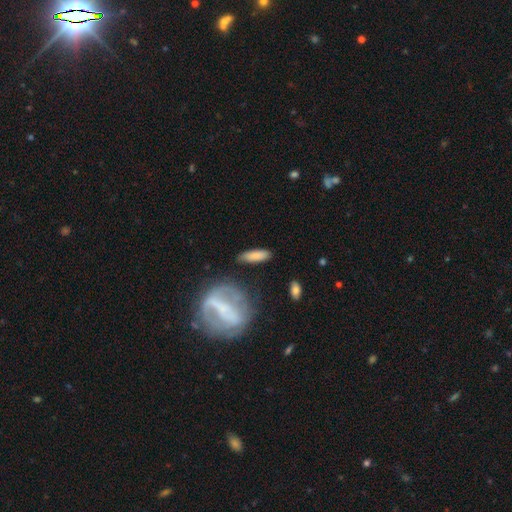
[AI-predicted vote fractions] The model was most divided on "how rounded": cigar-shaped: 58%, in between: 39%, round: 3%. More confident: smooth or featured — smooth (77%); merging — none (77%).